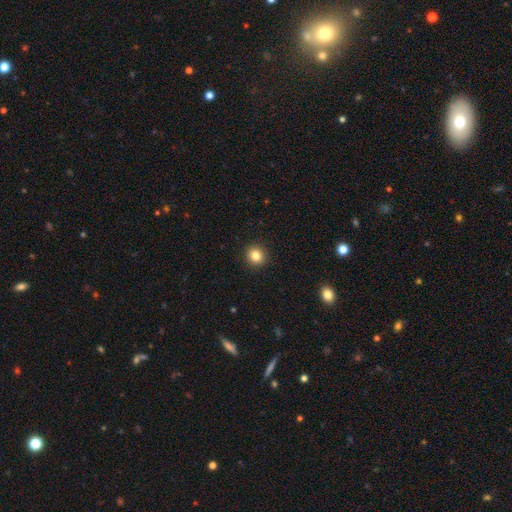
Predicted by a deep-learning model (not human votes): The model was most divided on "smooth or featured": smooth: 83%, star or artifact: 11%, featured or disk: 6%. More confident: merging — none (93%); how rounded — round (91%).